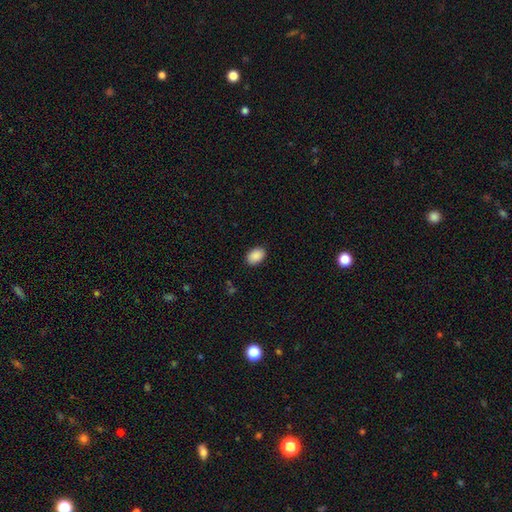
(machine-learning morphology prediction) smooth-or-featured: smooth: 90% | star or artifact: 7% | featured or disk: 3%
  how-rounded: in between: 83% | round: 16% | cigar-shaped: 1%
  merging: none: 88% | minor disturbance: 9% | major disturbance: 2% | merger: 1%